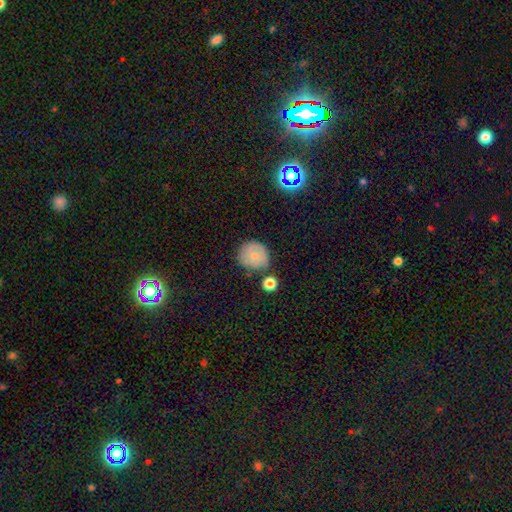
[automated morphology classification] The model was most divided on "merging": none: 68%, minor disturbance: 19%, merger: 8%, major disturbance: 5%. More confident: how rounded — round (87%); smooth or featured — smooth (72%).